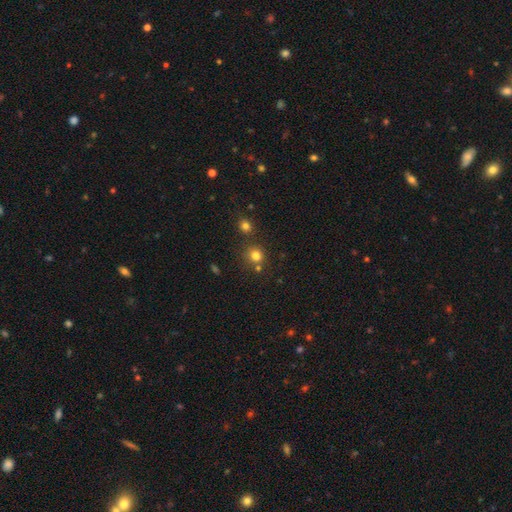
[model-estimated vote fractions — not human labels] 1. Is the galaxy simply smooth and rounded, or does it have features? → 77% smooth, 16% star or artifact, 7% featured or disk.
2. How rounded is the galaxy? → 87% round, 12% in between, 1% cigar-shaped.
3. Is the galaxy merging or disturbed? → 70% none, 17% merger, 9% minor disturbance, 4% major disturbance.